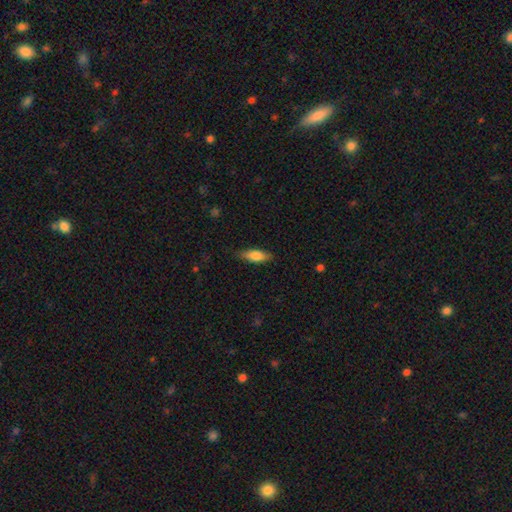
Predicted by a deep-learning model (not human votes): smooth-or-featured: smooth: 76% | featured or disk: 18% | star or artifact: 6%
  how-rounded: in between: 64% | cigar-shaped: 34% | round: 2%
  merging: none: 82% | minor disturbance: 14% | major disturbance: 3% | merger: 1%